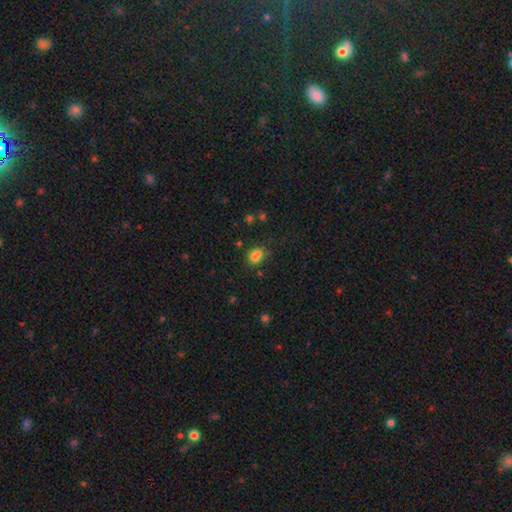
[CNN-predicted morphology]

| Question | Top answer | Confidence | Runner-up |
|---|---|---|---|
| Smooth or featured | smooth | 75% | star or artifact (16%) |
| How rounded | round | 50% | in between (48%) |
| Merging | none | 49% | merger (27%) |